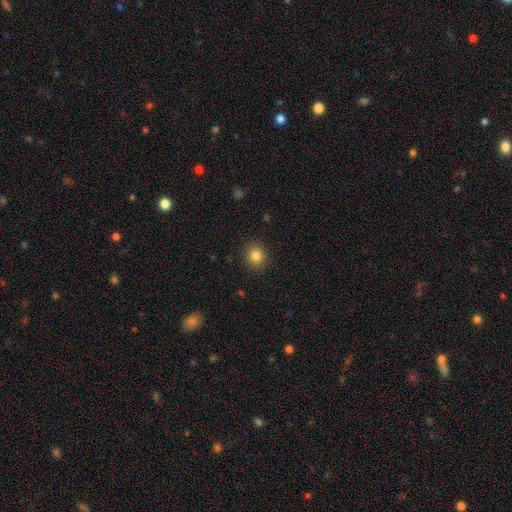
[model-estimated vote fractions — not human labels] This appears to be a smooth galaxy with no disk features (83%) that is round (82%). Merging: none (90%).